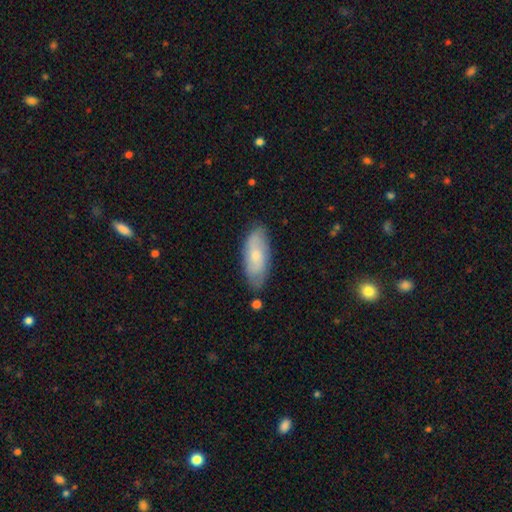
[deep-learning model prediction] A smooth galaxy with no disk features (54%) that is in between round and cigar-shaped (81%). Merging: none (76%).